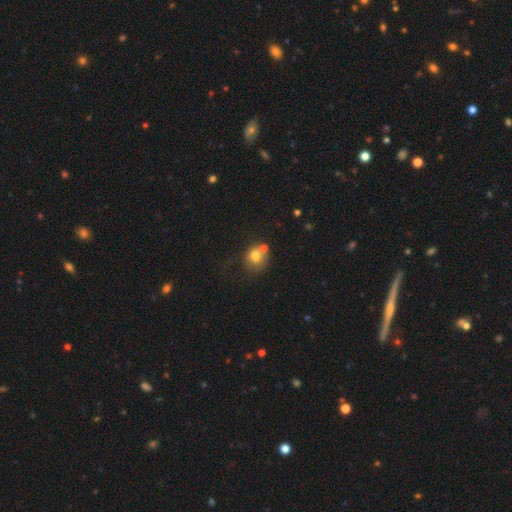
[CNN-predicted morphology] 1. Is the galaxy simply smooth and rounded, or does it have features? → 74% smooth, 14% featured or disk, 12% star or artifact.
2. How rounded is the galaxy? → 82% round, 17% in between, 1% cigar-shaped.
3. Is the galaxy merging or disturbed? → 48% none, 32% merger, 14% minor disturbance, 6% major disturbance.